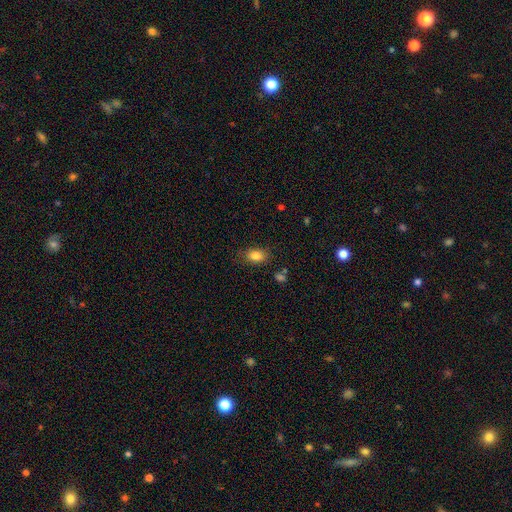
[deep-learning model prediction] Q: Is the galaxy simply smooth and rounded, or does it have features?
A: smooth — 84%.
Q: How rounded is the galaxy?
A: in between — 81%.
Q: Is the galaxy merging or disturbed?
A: none — 79%.